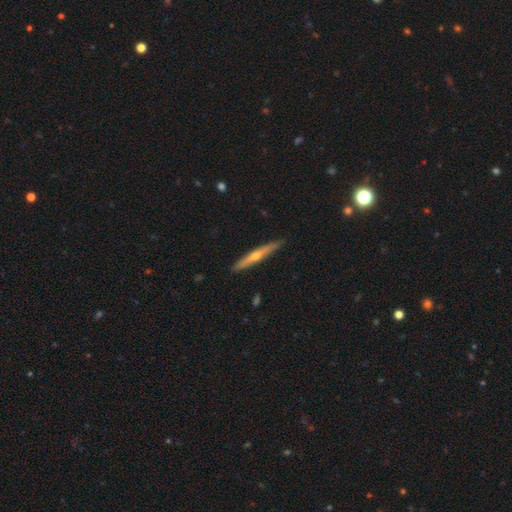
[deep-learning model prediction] A featured or disk galaxy (65%) viewed edge-on (96%) with a rounded central bulge (82%). Merging: none (90%).